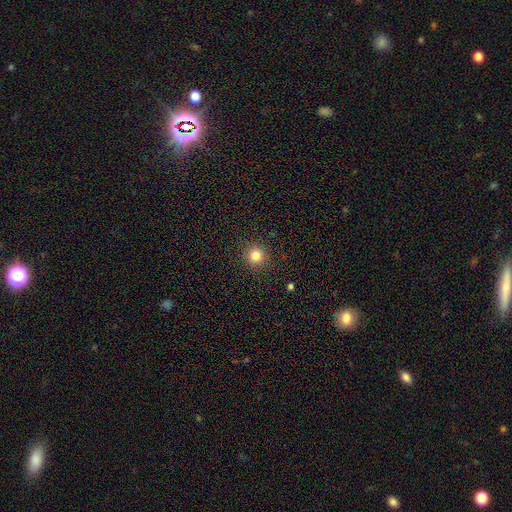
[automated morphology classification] Overall: smooth (83%). How rounded: round (94%). Merging: none (91%).